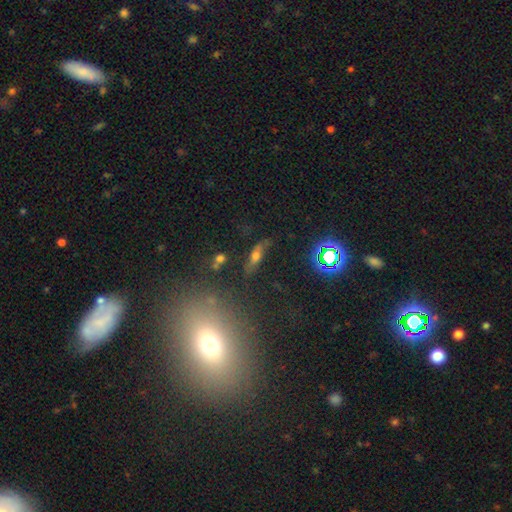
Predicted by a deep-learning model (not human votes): A featured or disk galaxy (41%).

Vote fractions:
- Smooth or featured? featured or disk: 41% / smooth: 40% / star or artifact: 19%
- Merging? none: 66% / minor disturbance: 19% / major disturbance: 9% / merger: 6%